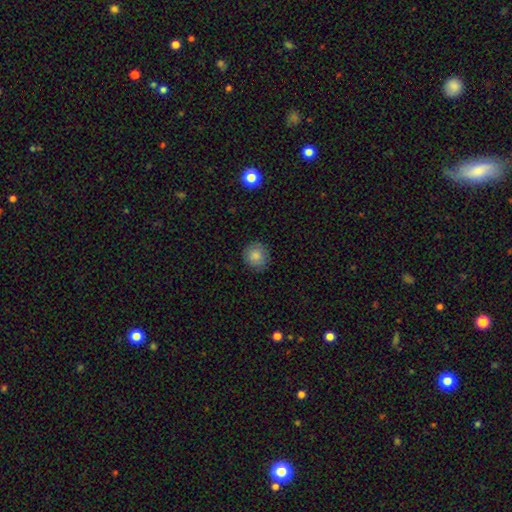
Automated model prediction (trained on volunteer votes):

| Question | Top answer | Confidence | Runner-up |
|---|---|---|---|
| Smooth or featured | smooth | 85% | star or artifact (9%) |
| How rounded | round | 89% | in between (10%) |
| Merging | none | 88% | minor disturbance (9%) |